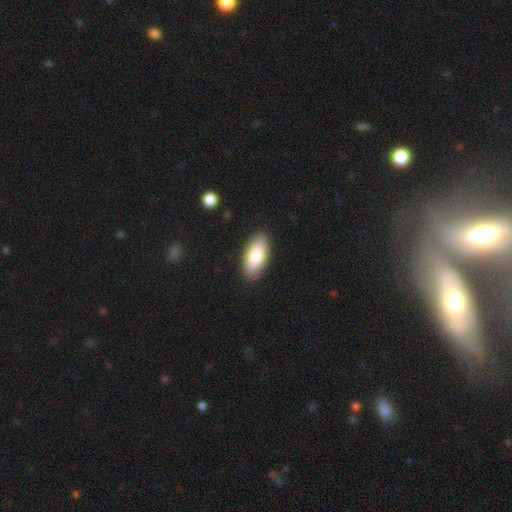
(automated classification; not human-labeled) A smooth galaxy with no disk features (83%) that is in between round and cigar-shaped (91%). Merging: none (88%).